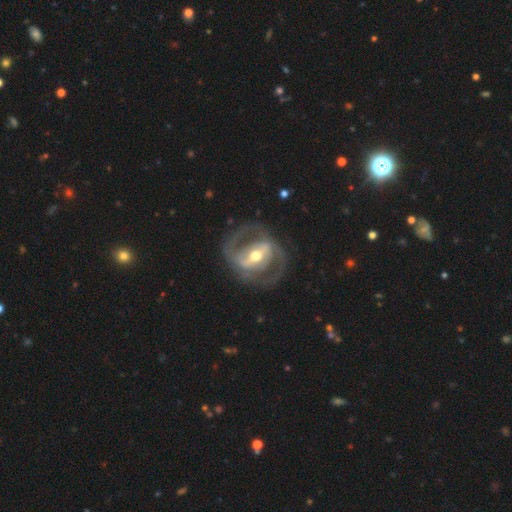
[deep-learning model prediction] smooth-or-featured: featured or disk: 88% | smooth: 8% | star or artifact: 4%
  disk-edge-on: no: 96% | yes: 4%
    bar: strong: 56% | weak: 30% | no: 14%
    has-spiral-arms: yes: 86% | no: 14%
      spiral-winding: medium: 52% | tight: 30% | loose: 17%
      spiral-arm-count: 2: 87% | can't tell: 6% | 3: 3% | 1: 2% | 4: 1% | more than 4: 1%
    bulge-size: moderate: 69% | small: 21% | large: 8% | dominant: 1% | none: 1%
  merging: none: 75% | minor disturbance: 13% | major disturbance: 11% | merger: 1%